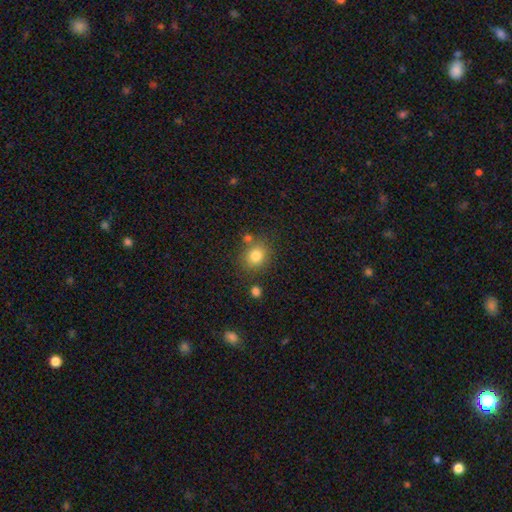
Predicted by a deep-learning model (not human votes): A smooth galaxy with no disk features (82%) that is round (72%). Merging: none (73%).